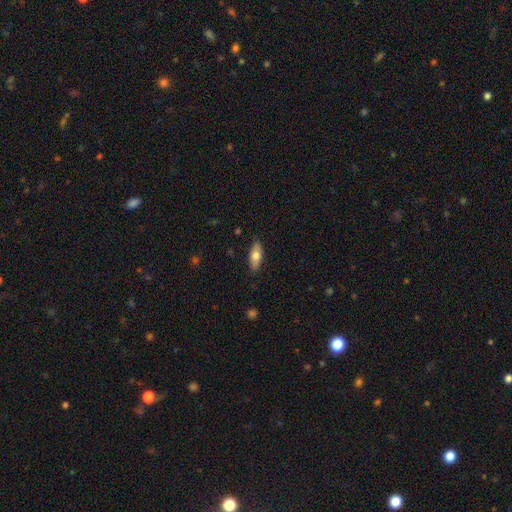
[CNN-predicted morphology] smooth-or-featured: smooth: 69% | featured or disk: 25% | star or artifact: 6%
  how-rounded: in between: 76% | cigar-shaped: 22% | round: 3%
  merging: none: 85% | minor disturbance: 11% | major disturbance: 2% | merger: 1%